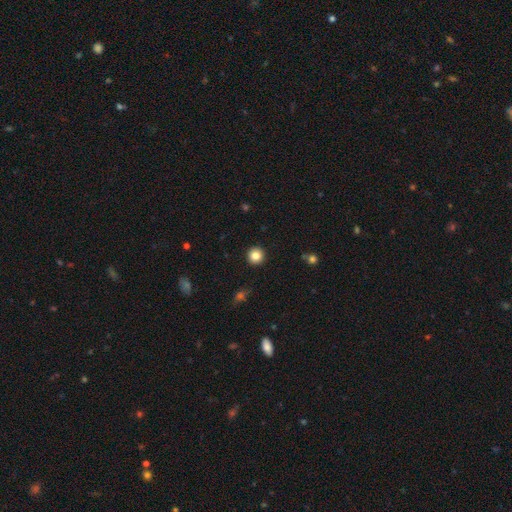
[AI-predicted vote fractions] smooth 84%, star or artifact 11%, featured or disk 6%. Down the decision tree: how rounded — round (94%); merging — none (93%).